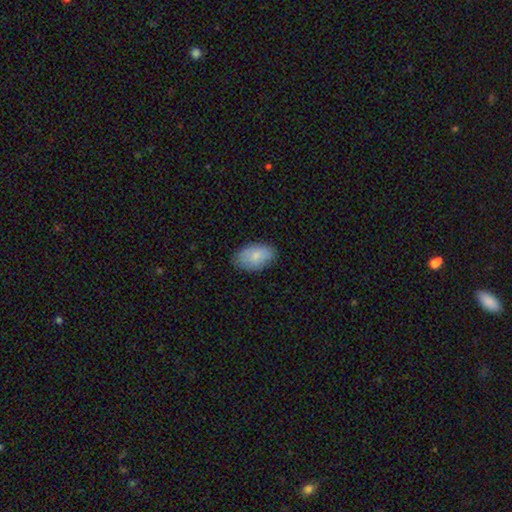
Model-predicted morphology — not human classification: A smooth galaxy with no disk features (82%) that is in between round and cigar-shaped (93%). Merging: none (80%).